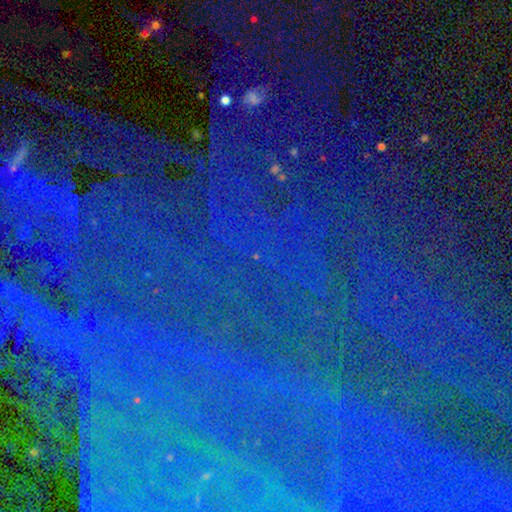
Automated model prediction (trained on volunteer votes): smooth_or_featured: star or artifact (p=0.84) [alt: featured or disk p=0.08]